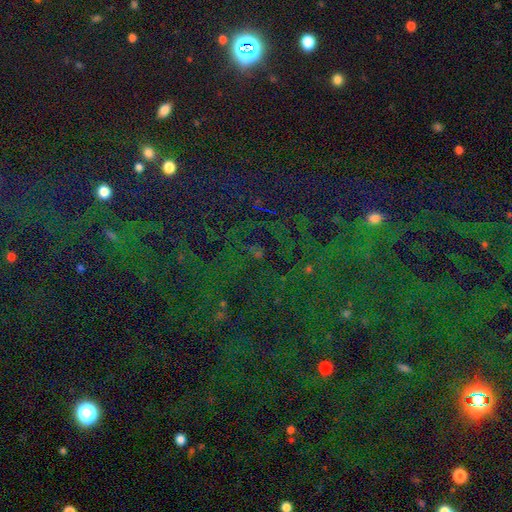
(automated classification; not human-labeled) Smooth or featured?
  - star or artifact: 78% *
  - smooth: 14%
  - featured or disk: 8%